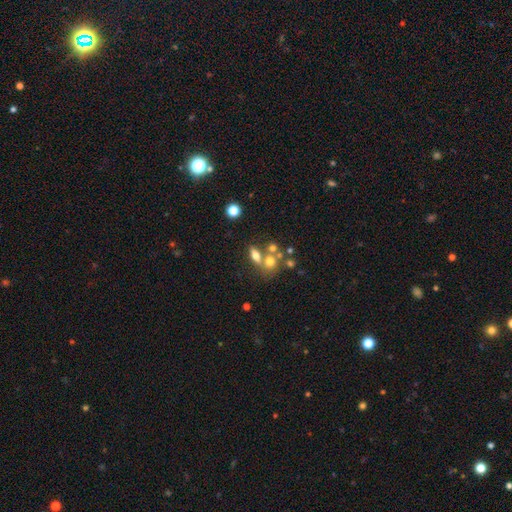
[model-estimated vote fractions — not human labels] Smooth or featured? smooth (61%)
How rounded? in between (64%)
Merging? none (42%)